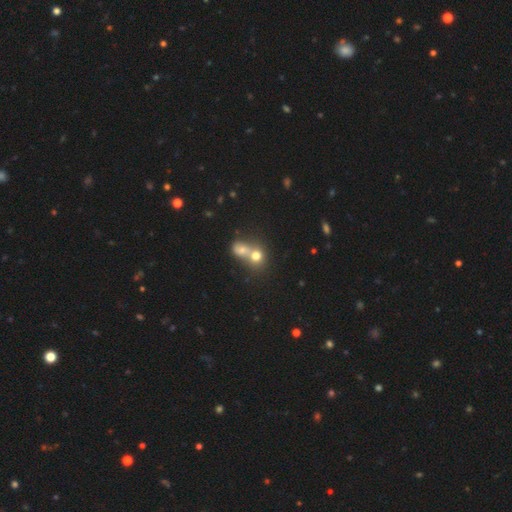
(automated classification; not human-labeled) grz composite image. It shows a smooth galaxy with no disk features (71%) that is round (71%). Merging: merger (66%).